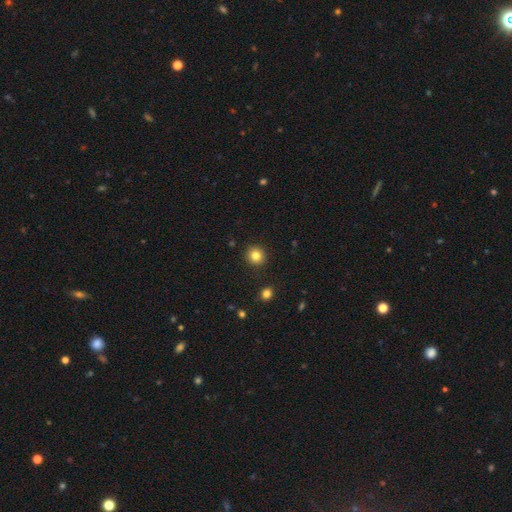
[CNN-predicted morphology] smooth 83%, star or artifact 11%, featured or disk 6%. Down the decision tree: how rounded — round (92%); merging — none (92%).